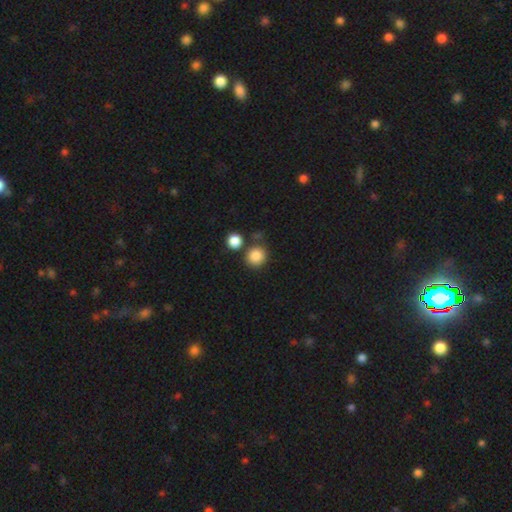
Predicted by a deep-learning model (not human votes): A smooth galaxy with no disk features (86%) that is round (86%). Merging: none (72%).